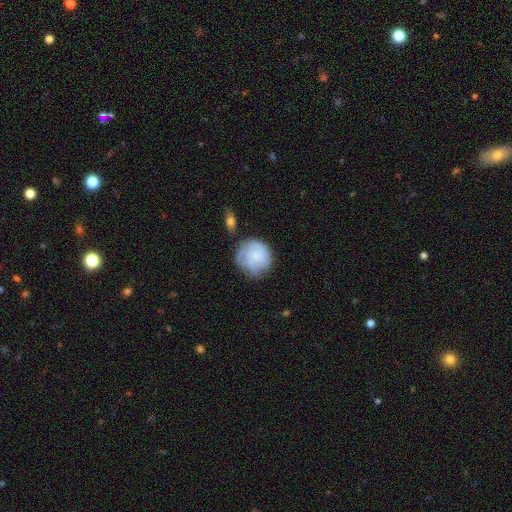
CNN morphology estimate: A featured or disk galaxy (57%) with no bar (76%), spiral arms (86%) and a small central bulge (68%).

Vote fractions:
- Smooth or featured? featured or disk: 57% / smooth: 37% / star or artifact: 7%
- Edge-on disk? no: 98% / yes: 2%
- Bar? no: 76% / weak: 21% / strong: 3%
- Spiral arms? yes: 86% / no: 14%
- Bulge size? small: 68% / moderate: 17% / none: 13% / large: 2% / dominant: 1%
- Merging? none: 62% / minor disturbance: 23% / major disturbance: 9% / merger: 5%